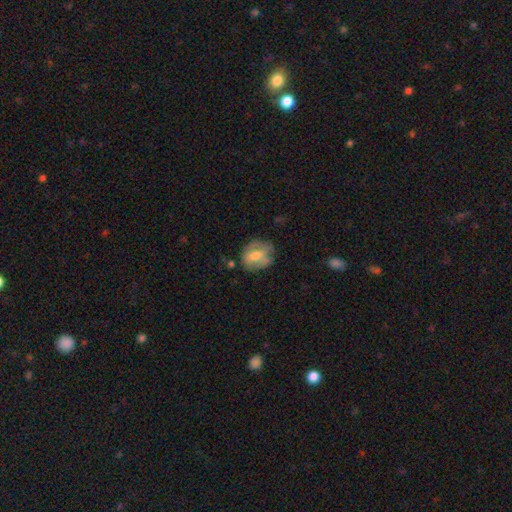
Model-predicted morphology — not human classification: This is possibly a smooth galaxy (55%). How rounded: possibly in between (50%). Merging: possibly none (56%).